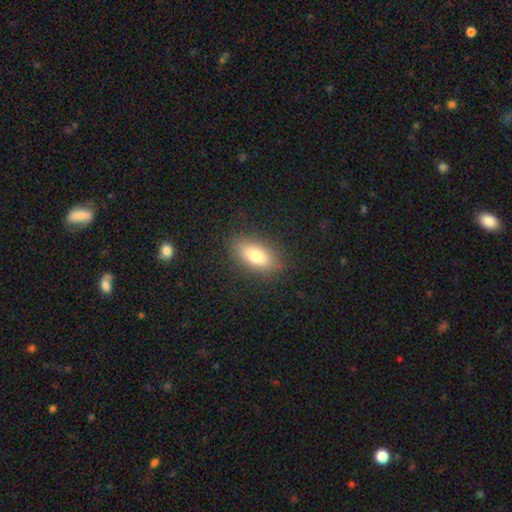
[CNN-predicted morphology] This is likely a smooth galaxy (79%). How rounded: clearly in between (85%). Merging: clearly none (85%).